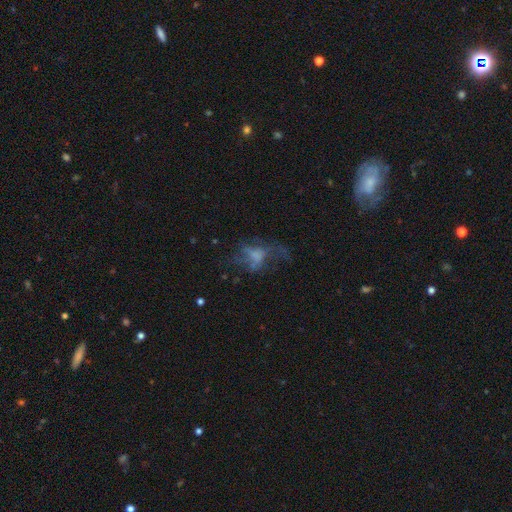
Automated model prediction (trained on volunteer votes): This appears to be a featured or disk galaxy (45%). Merging: major disturbance (49%).